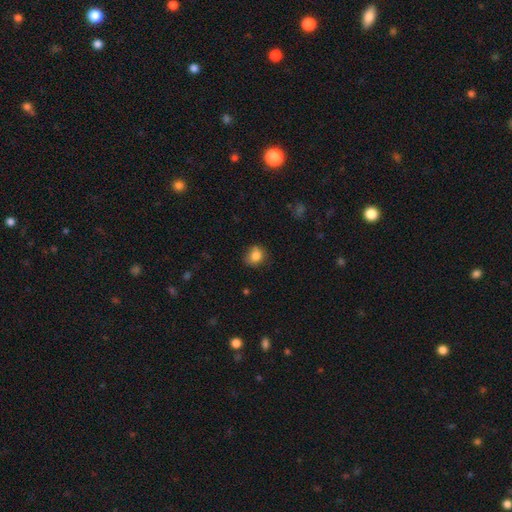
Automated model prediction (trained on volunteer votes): A smooth galaxy with no disk features (83%) that is round (69%).

Vote fractions:
- Smooth or featured? smooth: 83% / star or artifact: 10% / featured or disk: 7%
- How rounded? round: 69% / in between: 30% / cigar-shaped: 1%
- Merging? none: 70% / minor disturbance: 23% / major disturbance: 5% / merger: 3%